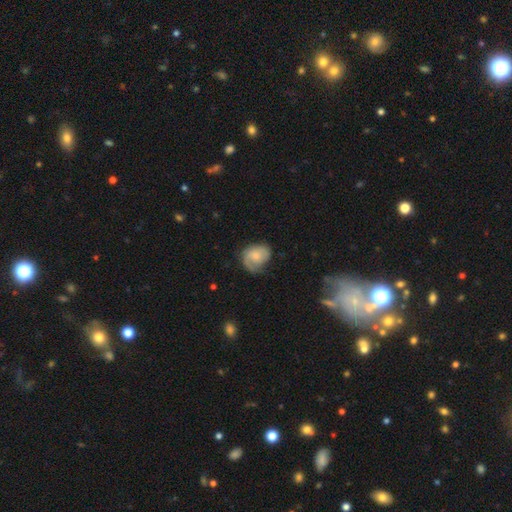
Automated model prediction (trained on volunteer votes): This is possibly a featured or disk galaxy (47%). Merging: possibly none (56%).